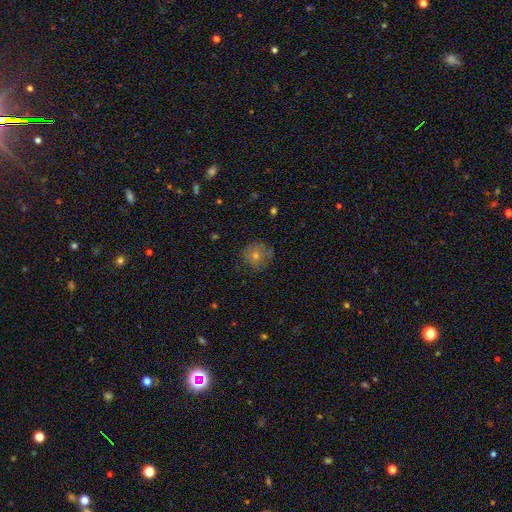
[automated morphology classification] type=smooth (54%); roundness=round (91%); merging=none (78%).